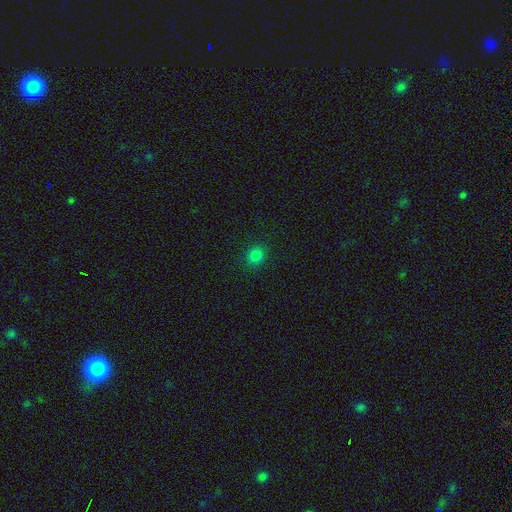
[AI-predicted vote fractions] Overall: smooth (81%). How rounded: round (80%). Merging: none (89%).